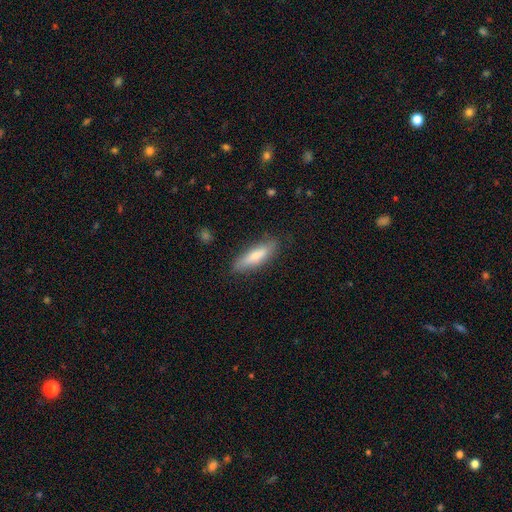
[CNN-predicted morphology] type=smooth (75%); roundness=cigar-shaped (58%); merging=none (83%).